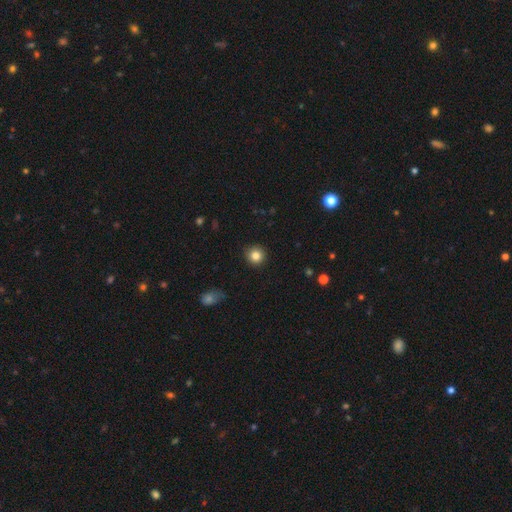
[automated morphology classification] smooth_or_featured: smooth (p=0.84) [alt: star or artifact p=0.10]
how_rounded: round (p=0.93) [alt: in between p=0.06]
merging: none (p=0.91) [alt: minor disturbance p=0.06]